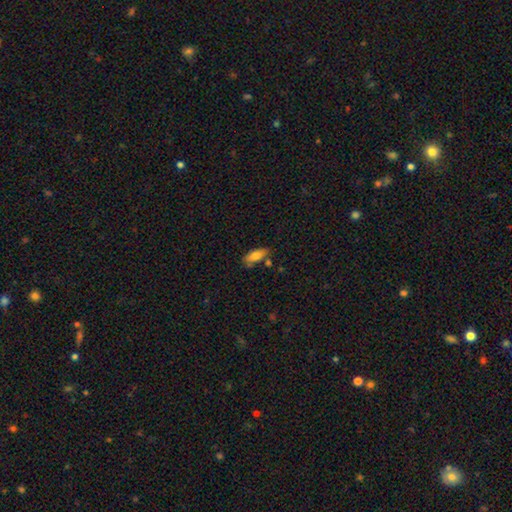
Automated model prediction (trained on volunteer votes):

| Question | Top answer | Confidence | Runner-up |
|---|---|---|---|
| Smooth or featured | smooth | 76% | featured or disk (16%) |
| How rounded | in between | 77% | cigar-shaped (20%) |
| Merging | none | 61% | minor disturbance (24%) |